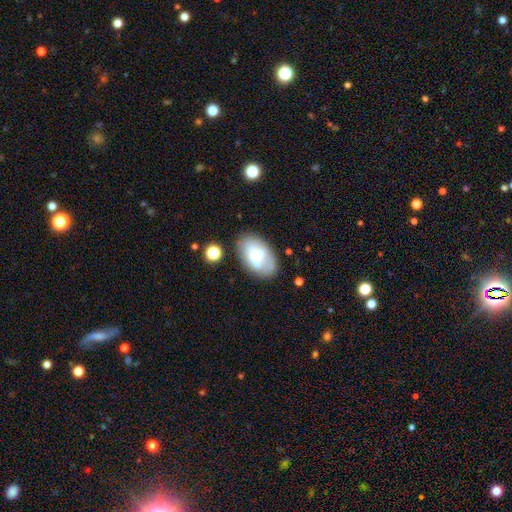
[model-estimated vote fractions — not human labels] Smooth or featured? Predicted: smooth (p=0.46). Merging? Predicted: none (p=0.63).